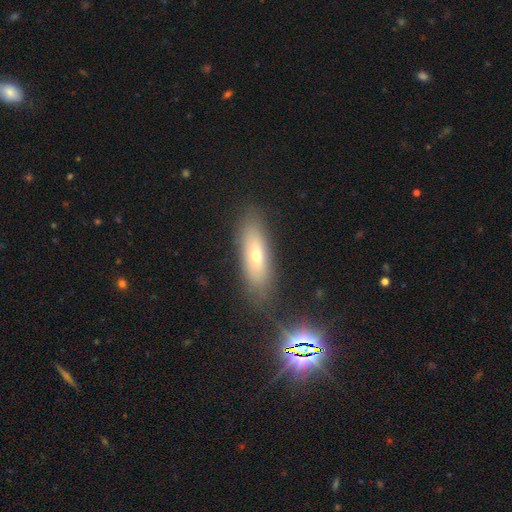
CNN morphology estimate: A smooth galaxy with no disk features (49%).

Vote fractions:
- Smooth or featured? smooth: 49% / featured or disk: 33% / star or artifact: 18%
- Merging? none: 85% / minor disturbance: 10% / major disturbance: 3% / merger: 2%